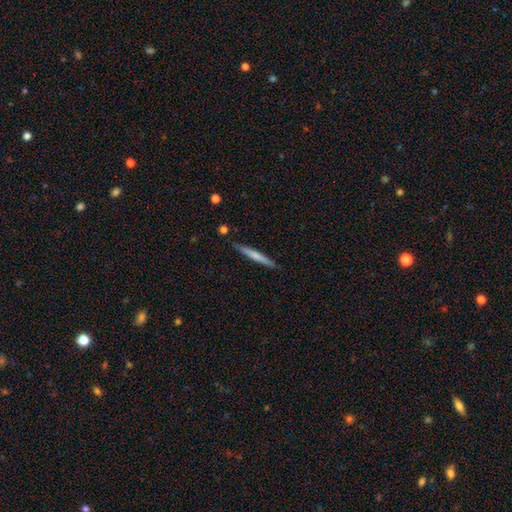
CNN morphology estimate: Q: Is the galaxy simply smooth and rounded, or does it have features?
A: smooth — 56%.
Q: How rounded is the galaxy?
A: cigar-shaped — 96%.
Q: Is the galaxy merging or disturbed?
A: none — 86%.